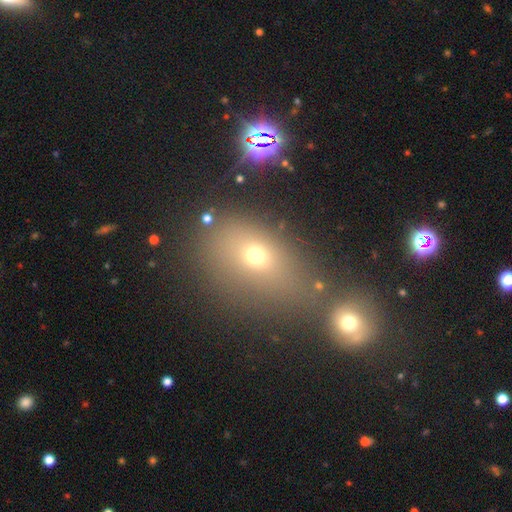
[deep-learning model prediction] This is likely a smooth galaxy (64%). How rounded: likely in between (61%). Merging: possibly none (60%).